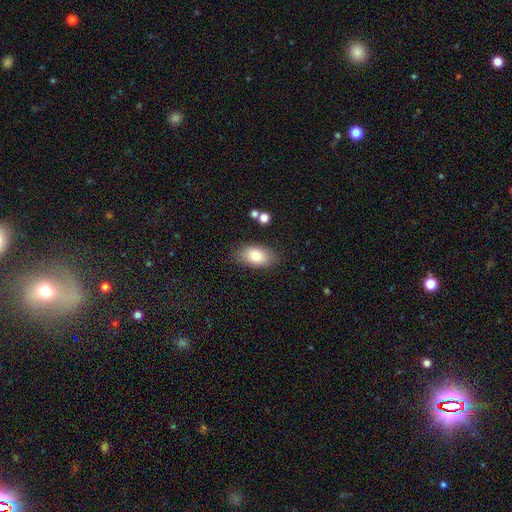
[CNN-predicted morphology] Smooth or featured? Predicted: smooth (p=0.84). How rounded? Predicted: in between (p=0.93). Merging? Predicted: none (p=0.83).